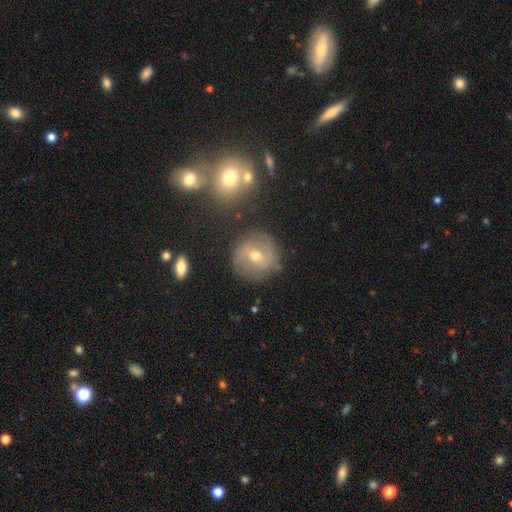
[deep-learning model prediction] This appears to be a featured or disk galaxy (65%) with a weak bar (51%), 2 (79%) medium (44%) spiral arms (81%) and a moderate central bulge (56%). Merging: none (81%).